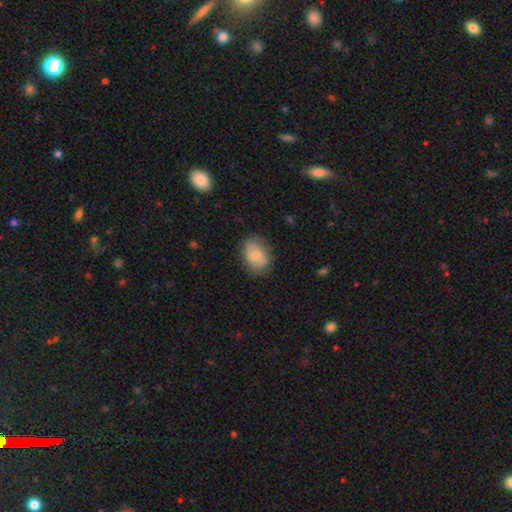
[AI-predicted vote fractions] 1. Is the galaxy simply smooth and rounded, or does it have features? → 71% smooth, 21% featured or disk, 7% star or artifact.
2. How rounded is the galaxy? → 76% in between, 23% round, 1% cigar-shaped.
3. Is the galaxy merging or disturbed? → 67% none, 24% minor disturbance, 7% major disturbance, 2% merger.